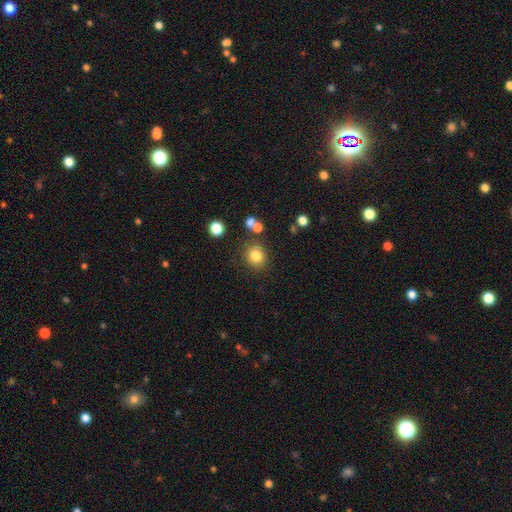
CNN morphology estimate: Smooth or featured? smooth (81%)
How rounded? round (84%)
Merging? none (81%)